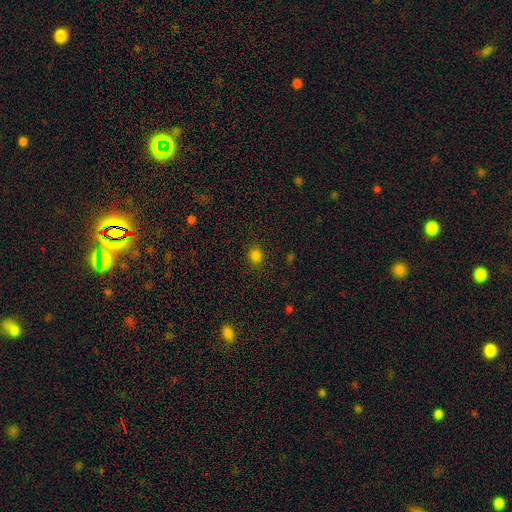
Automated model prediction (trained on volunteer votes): smooth-or-featured: smooth: 79% | star or artifact: 17% | featured or disk: 4%
  how-rounded: round: 73% | in between: 26% | cigar-shaped: 1%
  merging: none: 86% | minor disturbance: 10% | major disturbance: 3% | merger: 1%